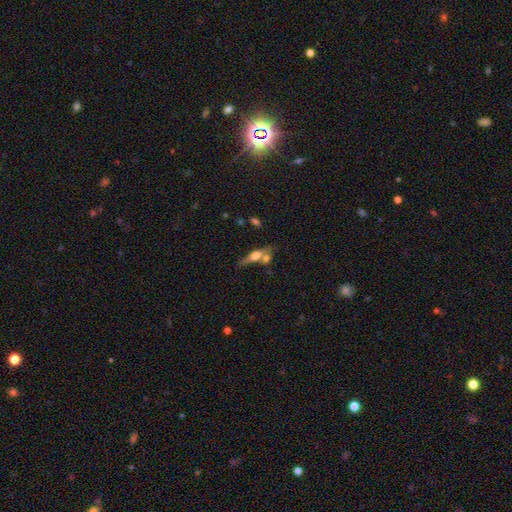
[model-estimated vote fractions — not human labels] smooth_or_featured: featured or disk (p=0.50) [alt: smooth p=0.42]
merging: none (p=0.49) [alt: merger p=0.31]